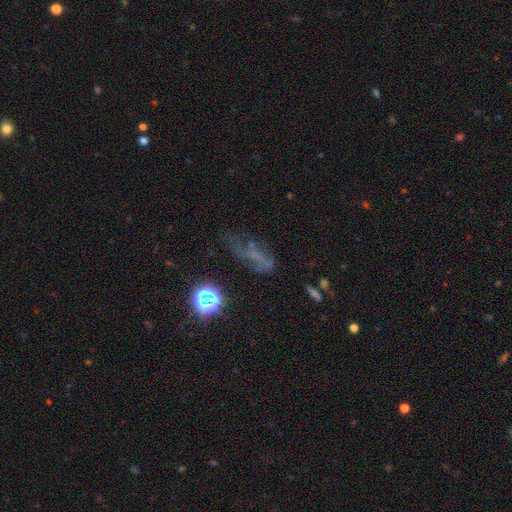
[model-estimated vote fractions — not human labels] Smooth or featured?
  - star or artifact: 34% *
  - featured or disk: 33%
  - smooth: 33%